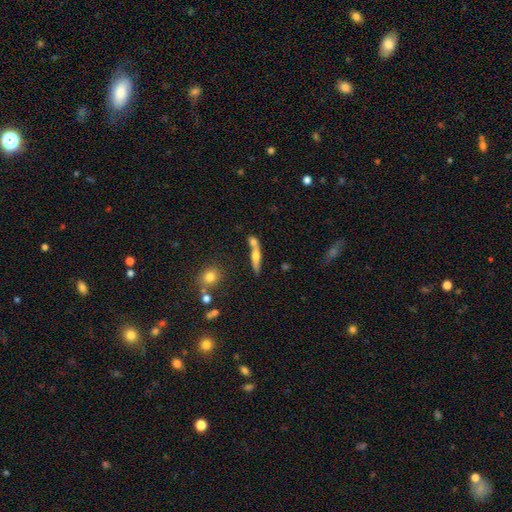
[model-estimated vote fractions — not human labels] Smooth or featured? featured or disk (47%)
Merging? none (55%)